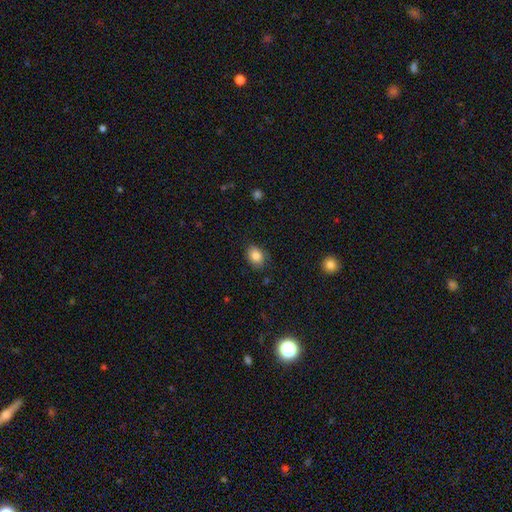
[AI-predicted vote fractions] smooth 85%, star or artifact 9%, featured or disk 6%. Down the decision tree: how rounded — in between (70%); merging — none (79%).